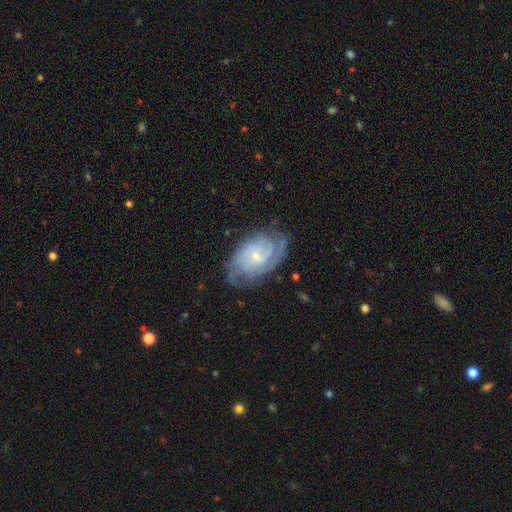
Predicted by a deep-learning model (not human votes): Smooth or featured? Predicted: featured or disk (p=0.84). Edge-on disk? Predicted: no (p=0.97). Bar? Predicted: no (p=0.60). Spiral arms? Predicted: yes (p=0.96). Spiral winding? Predicted: tight (p=0.59). Spiral arm count? Predicted: 2 (p=0.32). Bulge size? Predicted: small (p=0.73). Merging? Predicted: none (p=0.69).